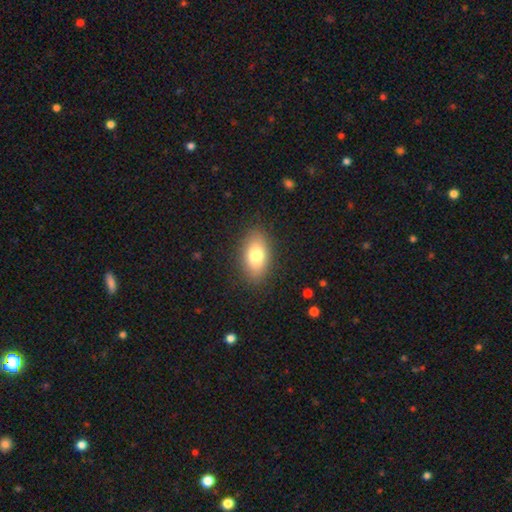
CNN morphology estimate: Smooth or featured? smooth (78%)
How rounded? in between (90%)
Merging? none (86%)